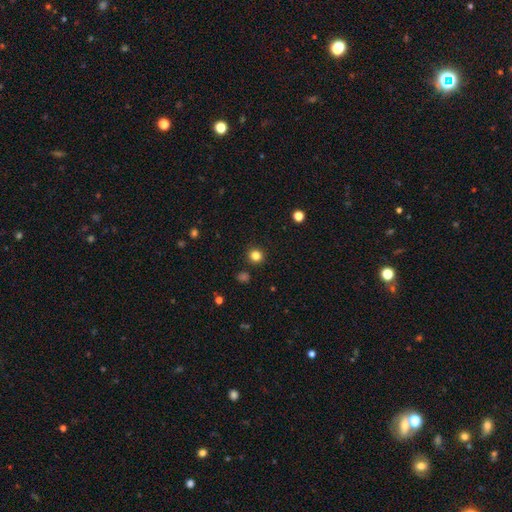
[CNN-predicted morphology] Smooth or featured: smooth — 83% (star or artifact — 13%)
How rounded: round — 93% (in between — 6%)
Merging: none — 91% (minor disturbance — 5%)